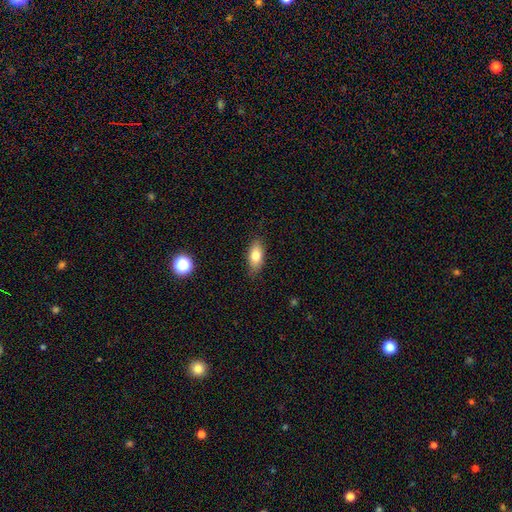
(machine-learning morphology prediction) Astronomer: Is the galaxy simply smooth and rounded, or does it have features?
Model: smooth — 80%.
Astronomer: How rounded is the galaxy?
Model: in between — 86%.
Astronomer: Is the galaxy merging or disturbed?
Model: none — 84%.